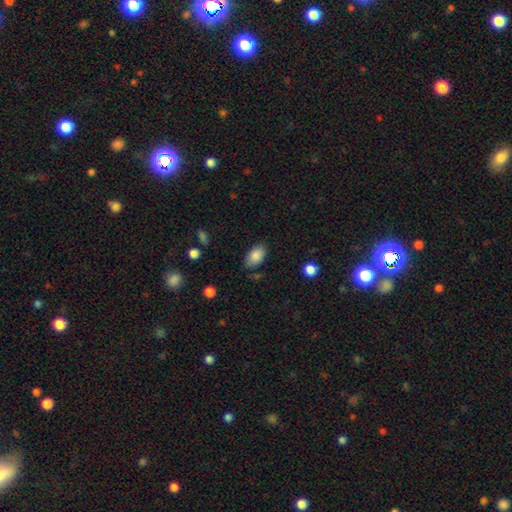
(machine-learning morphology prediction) This appears to be a smooth galaxy with no disk features (86%) that is in between round and cigar-shaped (91%). Merging: none (79%).